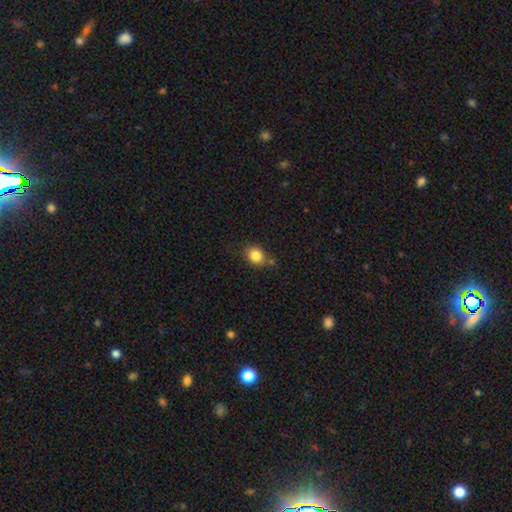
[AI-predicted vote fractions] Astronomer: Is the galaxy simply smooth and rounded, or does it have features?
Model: smooth — 84%.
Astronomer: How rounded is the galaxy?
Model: round — 66%.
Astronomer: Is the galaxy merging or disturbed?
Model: none — 72%.